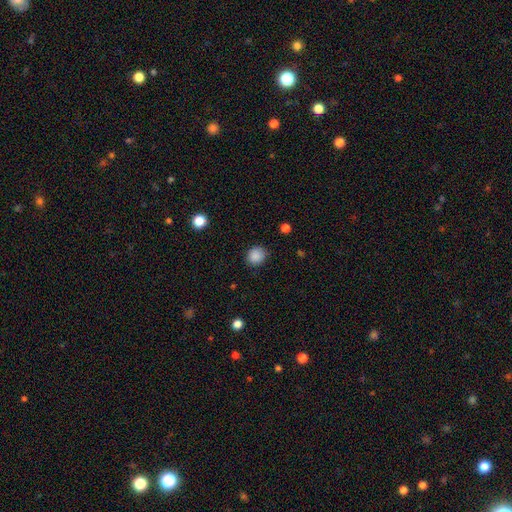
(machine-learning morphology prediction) The model was most divided on "how rounded": round: 81%, in between: 18%, cigar-shaped: 1%. More confident: smooth or featured — smooth (87%); merging — none (83%).